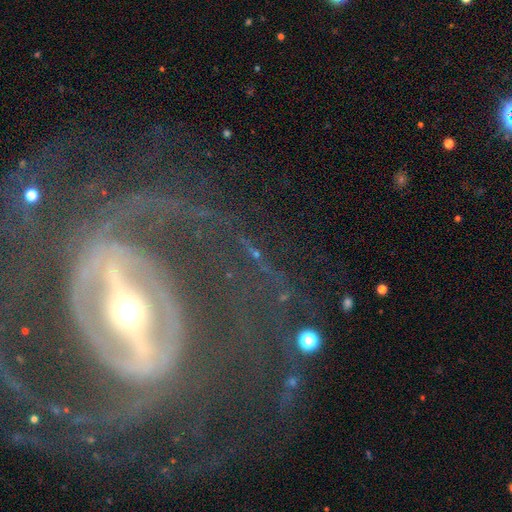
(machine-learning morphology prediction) smooth-or-featured: featured or disk: 85% | star or artifact: 8% | smooth: 6%
  disk-edge-on: no: 90% | yes: 10%
    bar: strong: 74% | weak: 15% | no: 11%
    has-spiral-arms: yes: 82% | no: 18%
      spiral-winding: tight: 41% | medium: 40% | loose: 19%
      spiral-arm-count: 2: 56% | can't tell: 17% | 3: 9% | 1: 6% | 4: 6% | more than 4: 5%
    bulge-size: moderate: 52% | small: 38% | large: 7% | dominant: 2% | none: 2%
  merging: none: 63% | major disturbance: 21% | minor disturbance: 13% | merger: 3%